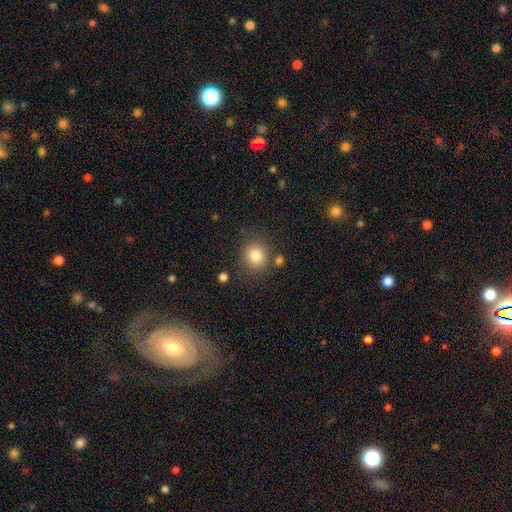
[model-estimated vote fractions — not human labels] A smooth galaxy with no disk features (83%) that is round (85%). Merging: none (79%).